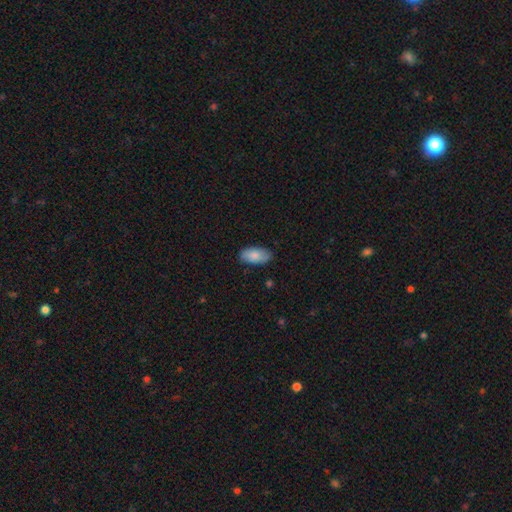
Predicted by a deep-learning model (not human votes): Overall: smooth (83%). How rounded: in between (94%). Merging: none (82%).